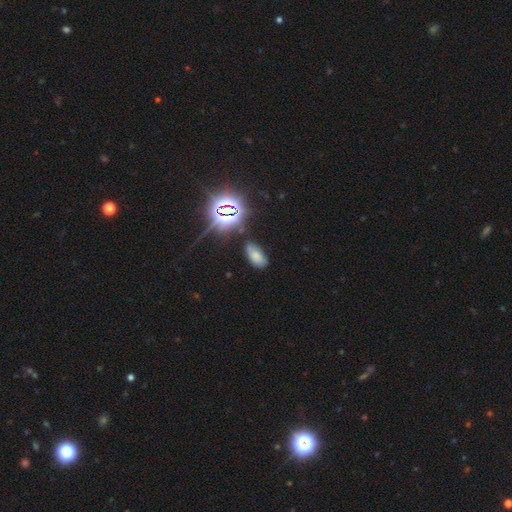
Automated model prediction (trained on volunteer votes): smooth_or_featured: smooth (p=0.61) [alt: star or artifact p=0.27]
how_rounded: in between (p=0.93) [alt: round p=0.04]
merging: none (p=0.73) [alt: minor disturbance p=0.18]